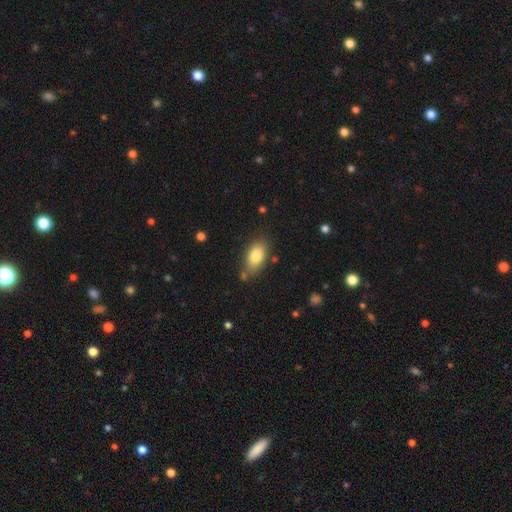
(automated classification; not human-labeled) smooth_or_featured: smooth (p=0.82) [alt: featured or disk p=0.11]
how_rounded: in between (p=0.90) [alt: round p=0.06]
merging: none (p=0.73) [alt: minor disturbance p=0.17]